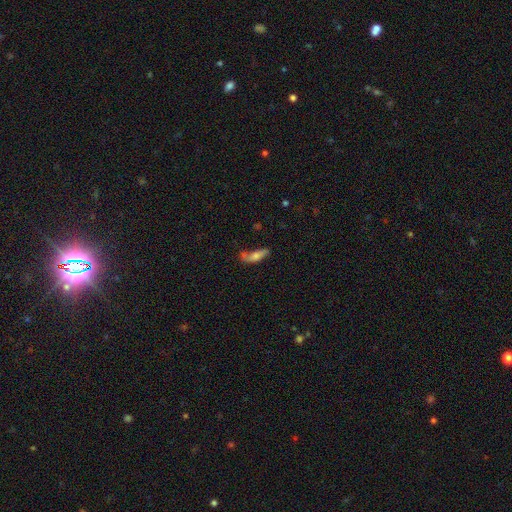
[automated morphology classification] The model was most divided on "how rounded": cigar-shaped: 52%, in between: 45%, round: 3%. Remaining: smooth or featured — smooth (64%); merging — none (43%).